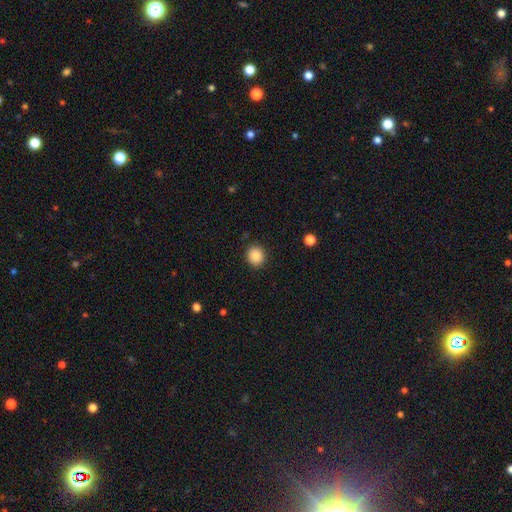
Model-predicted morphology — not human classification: Smooth or featured?
  - smooth: 87% *
  - star or artifact: 9%
  - featured or disk: 4%
How rounded?
  - round: 86% *
  - in between: 13%
  - cigar-shaped: 1%
Merging?
  - none: 90% *
  - minor disturbance: 6%
  - major disturbance: 2%
  - merger: 1%